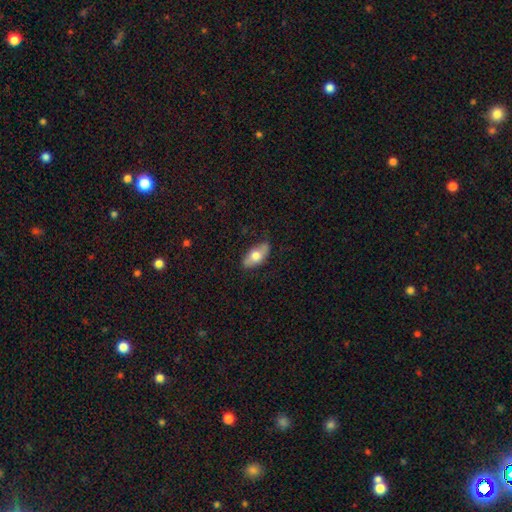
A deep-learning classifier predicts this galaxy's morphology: Overall: smooth (65%; featured or disk 29%). How rounded: in between (88%). Merging: none (79%).